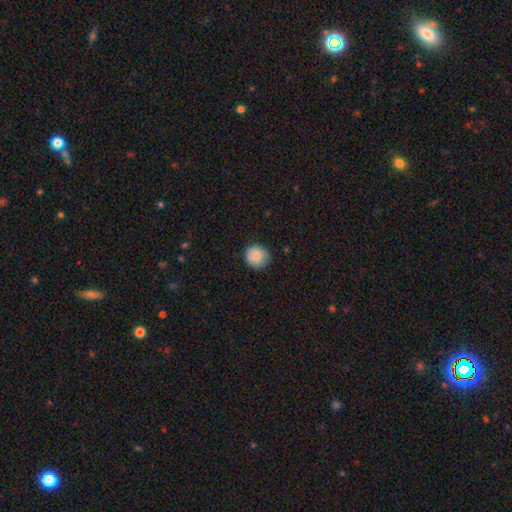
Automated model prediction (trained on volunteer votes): Q: Smooth or featured?
A: smooth (86%); runner-up: star or artifact (8%)
Q: How rounded?
A: round (93%); runner-up: in between (6%)
Q: Merging?
A: none (85%); runner-up: minor disturbance (12%)